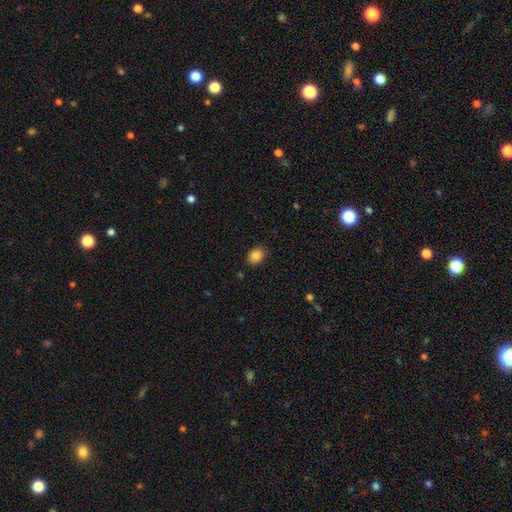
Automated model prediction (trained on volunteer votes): smooth_or_featured: smooth (p=0.86) [alt: star or artifact p=0.09]
how_rounded: in between (p=0.74) [alt: round p=0.25]
merging: none (p=0.86) [alt: minor disturbance p=0.10]